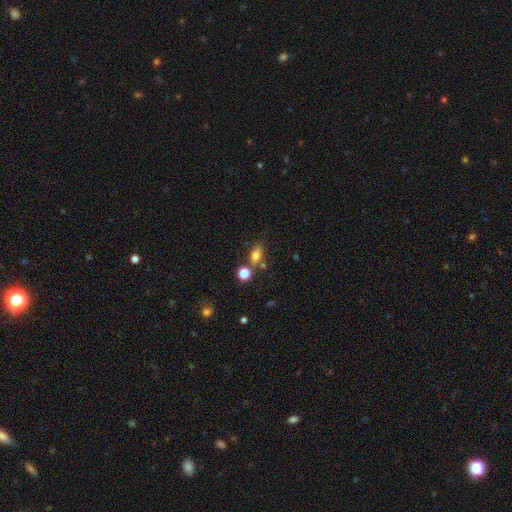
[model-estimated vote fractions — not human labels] smooth-or-featured: smooth: 76% | star or artifact: 13% | featured or disk: 11%
  how-rounded: in between: 76% | round: 18% | cigar-shaped: 6%
  merging: none: 65% | merger: 17% | minor disturbance: 13% | major disturbance: 5%